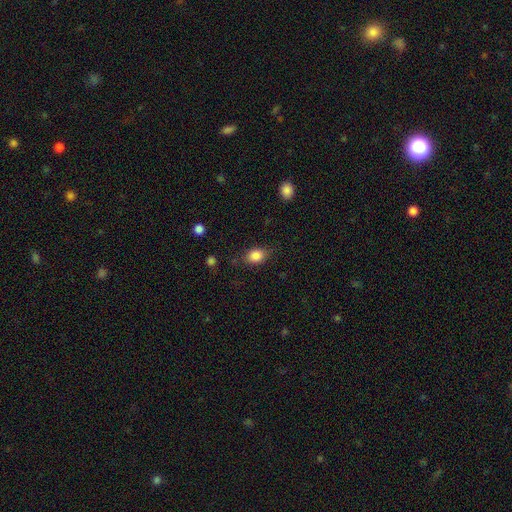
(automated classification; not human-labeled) This is clearly a smooth galaxy (84%). How rounded: likely in between (65%). Merging: likely none (74%).